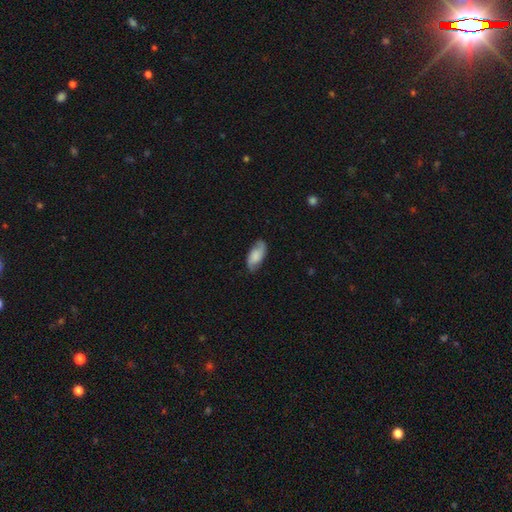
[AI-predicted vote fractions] Morphology: type=smooth (49%); merging=none (77%).